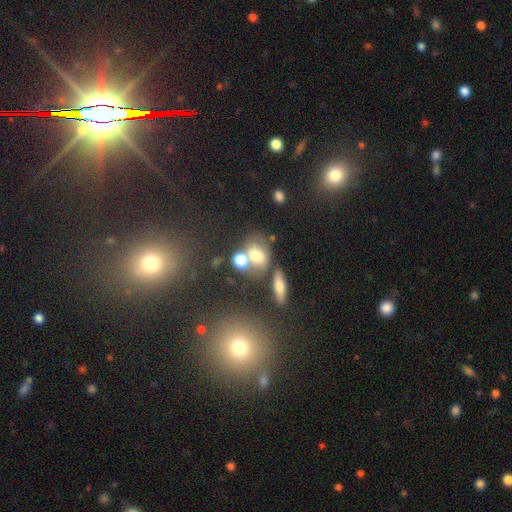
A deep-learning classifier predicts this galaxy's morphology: smooth_or_featured: smooth (p=0.68) [alt: featured or disk p=0.17]
how_rounded: in between (p=0.60) [alt: round p=0.37]
merging: none (p=0.41) [alt: merger p=0.37]